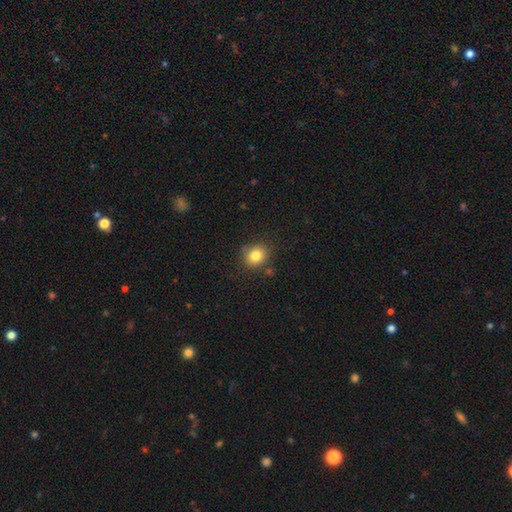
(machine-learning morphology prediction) Smooth or featured? Predicted: smooth (p=0.82). How rounded? Predicted: round (p=0.65). Merging? Predicted: none (p=0.81).